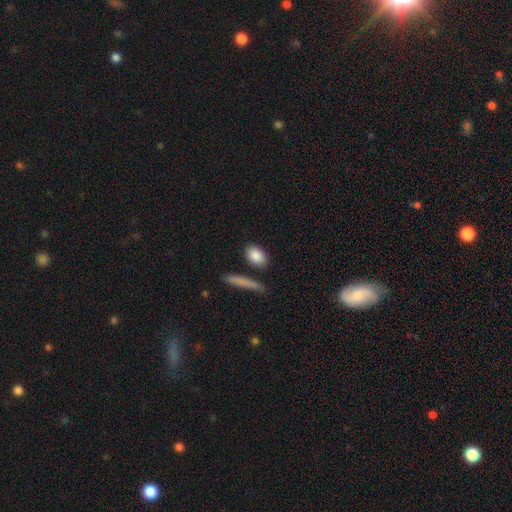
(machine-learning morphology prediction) A smooth galaxy with no disk features (87%) that is in between round and cigar-shaped (79%).

Vote fractions:
- Smooth or featured? smooth: 87% / featured or disk: 7% / star or artifact: 6%
- How rounded? in between: 79% / round: 13% / cigar-shaped: 8%
- Merging? none: 81% / minor disturbance: 10% / merger: 5% / major disturbance: 3%